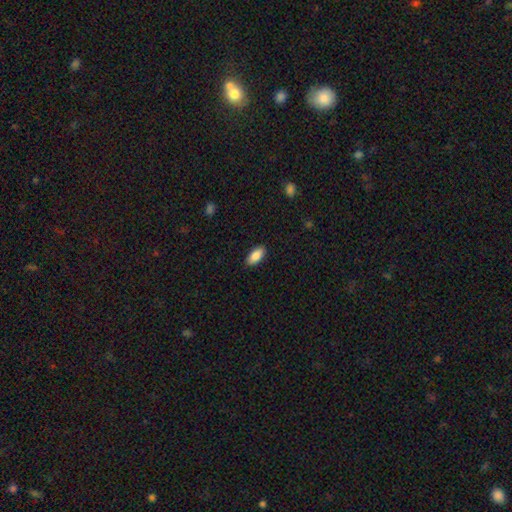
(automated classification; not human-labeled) smooth-or-featured: smooth: 88% | star or artifact: 6% | featured or disk: 6%
  how-rounded: in between: 90% | cigar-shaped: 8% | round: 2%
  merging: none: 88% | minor disturbance: 9% | major disturbance: 2% | merger: 1%